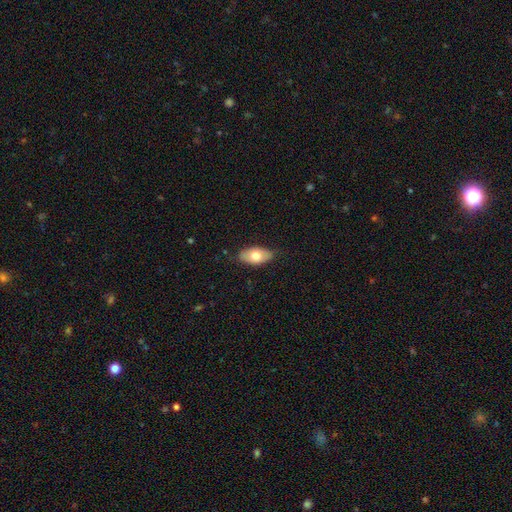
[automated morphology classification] smooth 70%, featured or disk 24%, star or artifact 6%. Down the decision tree: how rounded — in between (93%); merging — none (81%).